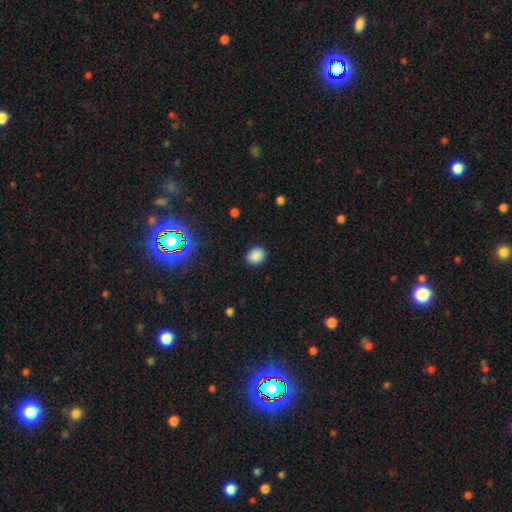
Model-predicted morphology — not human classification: A smooth galaxy with no disk features (86%) that is round (57%).

Vote fractions:
- Smooth or featured? smooth: 86% / star or artifact: 11% / featured or disk: 3%
- How rounded? round: 57% / in between: 42% / cigar-shaped: 1%
- Merging? none: 88% / minor disturbance: 8% / major disturbance: 2% / merger: 1%